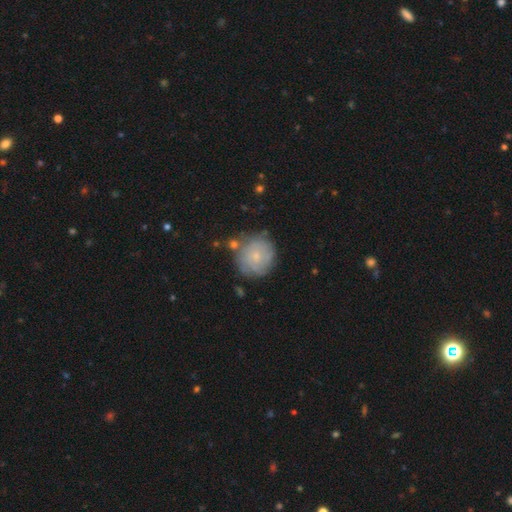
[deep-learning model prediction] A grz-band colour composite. It shows a smooth galaxy with no disk features (53%) that is round (90%). Merging: none (71%).